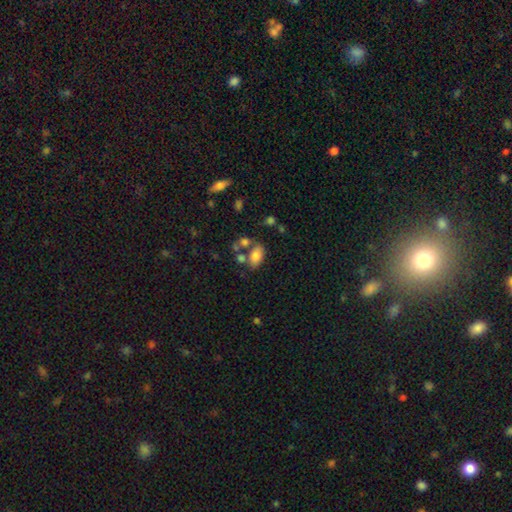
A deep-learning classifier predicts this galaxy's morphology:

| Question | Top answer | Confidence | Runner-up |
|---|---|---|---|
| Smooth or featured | smooth | 77% | featured or disk (14%) |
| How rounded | in between | 90% | round (8%) |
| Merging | none | 49% | merger (27%) |